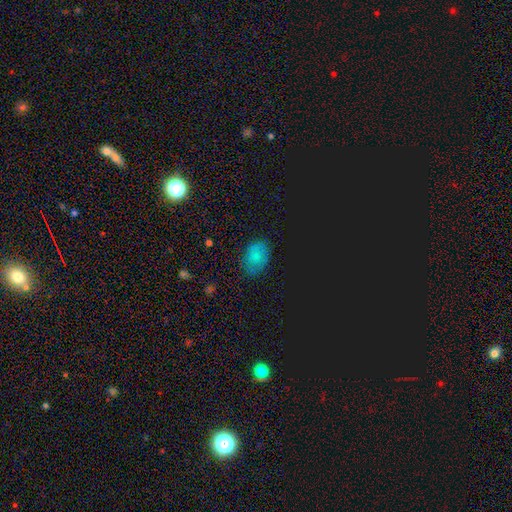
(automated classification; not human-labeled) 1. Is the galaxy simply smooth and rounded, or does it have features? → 58% smooth, 32% star or artifact, 10% featured or disk.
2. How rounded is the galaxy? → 77% in between, 21% round, 2% cigar-shaped.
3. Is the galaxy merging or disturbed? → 80% none, 15% minor disturbance, 3% major disturbance, 1% merger.